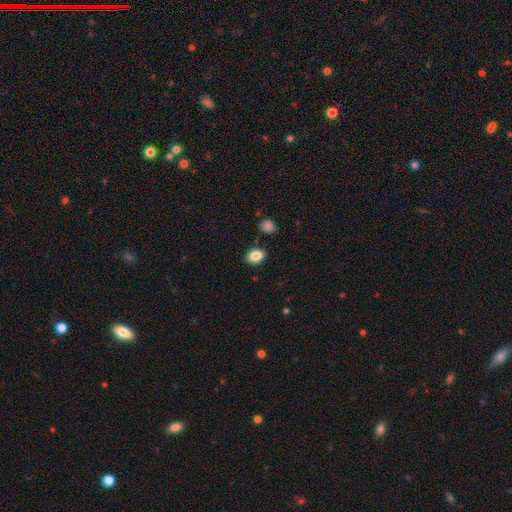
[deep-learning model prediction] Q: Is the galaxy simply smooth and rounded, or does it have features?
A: smooth — 87%.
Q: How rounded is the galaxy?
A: in between — 75%.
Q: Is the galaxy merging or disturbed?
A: none — 85%.